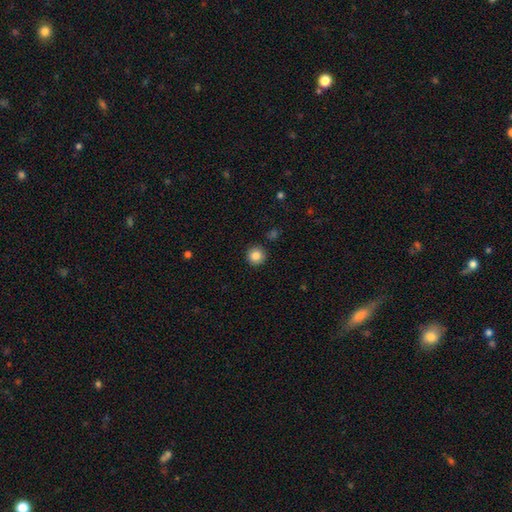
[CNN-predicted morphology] Smooth or featured? Predicted: smooth (p=0.85). How rounded? Predicted: round (p=0.95). Merging? Predicted: none (p=0.91).